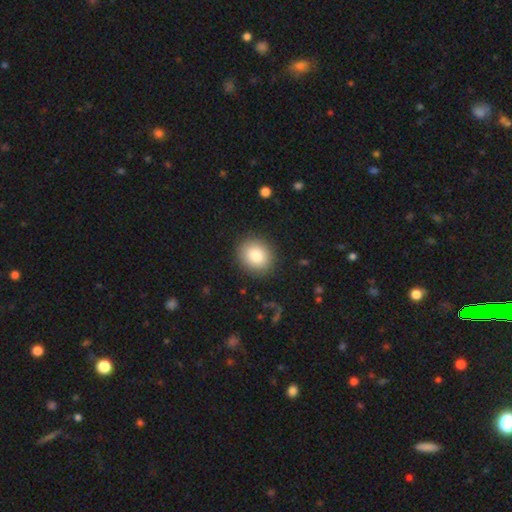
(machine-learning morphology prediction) smooth-or-featured: smooth: 83% | star or artifact: 9% | featured or disk: 8%
  how-rounded: round: 77% | in between: 22% | cigar-shaped: 1%
  merging: none: 89% | minor disturbance: 7% | major disturbance: 3% | merger: 1%